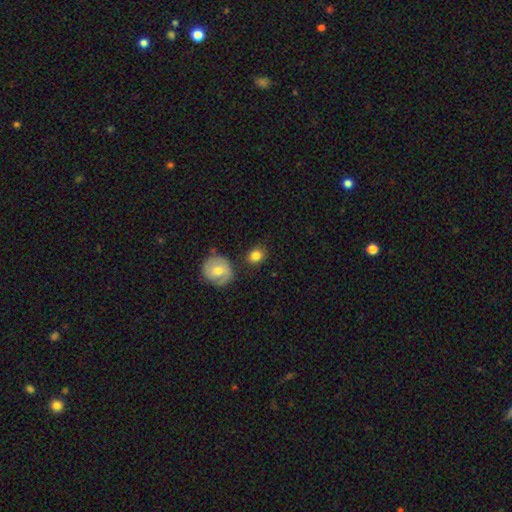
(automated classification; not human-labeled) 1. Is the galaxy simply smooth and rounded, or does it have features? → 82% smooth, 10% featured or disk, 8% star or artifact.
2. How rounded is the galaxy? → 68% round, 31% in between, 1% cigar-shaped.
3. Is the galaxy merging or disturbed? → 80% none, 12% minor disturbance, 5% merger, 3% major disturbance.